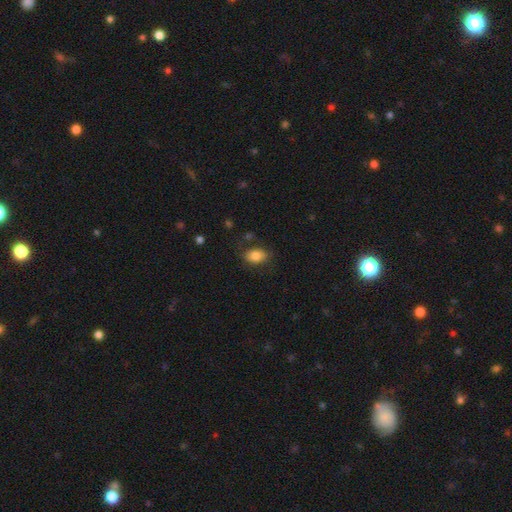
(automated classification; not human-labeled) smooth 82%, featured or disk 10%, star or artifact 8%. Down the decision tree: how rounded — in between (86%); merging — none (75%).